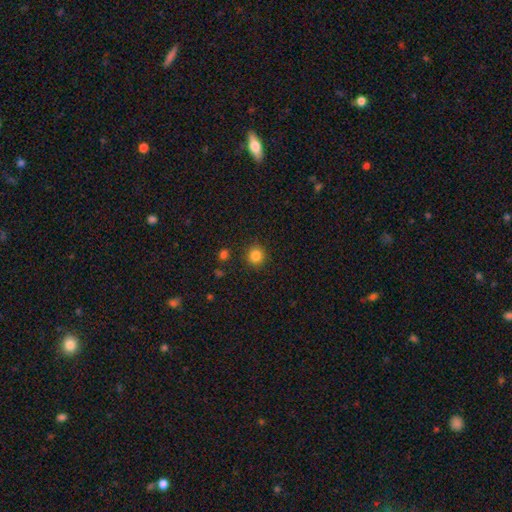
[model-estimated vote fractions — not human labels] Smooth or featured? smooth (84%)
How rounded? round (92%)
Merging? none (89%)